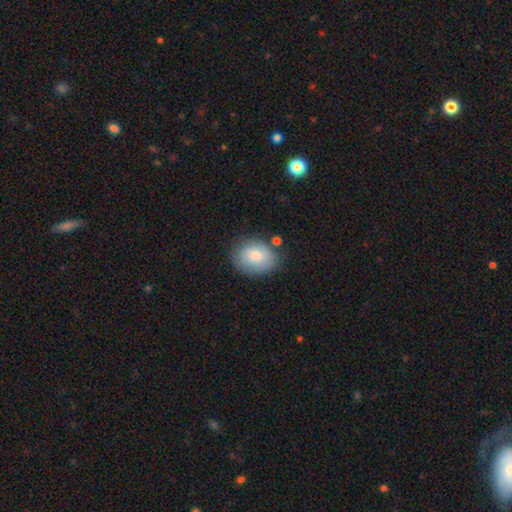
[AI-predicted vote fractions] smooth-or-featured: smooth: 82% | featured or disk: 11% | star or artifact: 7%
  how-rounded: in between: 54% | round: 45% | cigar-shaped: 1%
  merging: none: 75% | minor disturbance: 17% | major disturbance: 4% | merger: 4%